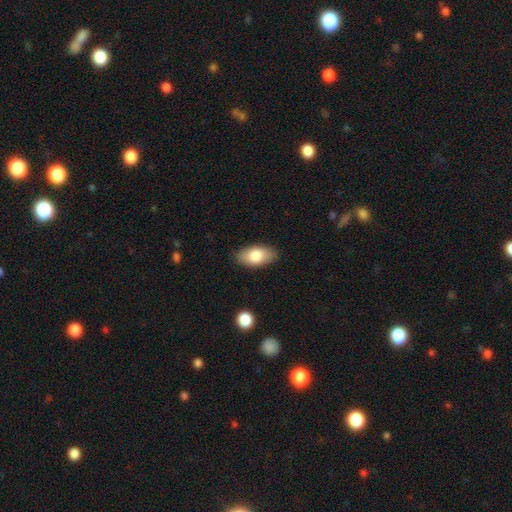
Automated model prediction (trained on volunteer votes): smooth-or-featured: smooth: 80% | featured or disk: 14% | star or artifact: 6%
  how-rounded: in between: 93% | cigar-shaped: 4% | round: 3%
  merging: none: 87% | minor disturbance: 10% | major disturbance: 2% | merger: 1%